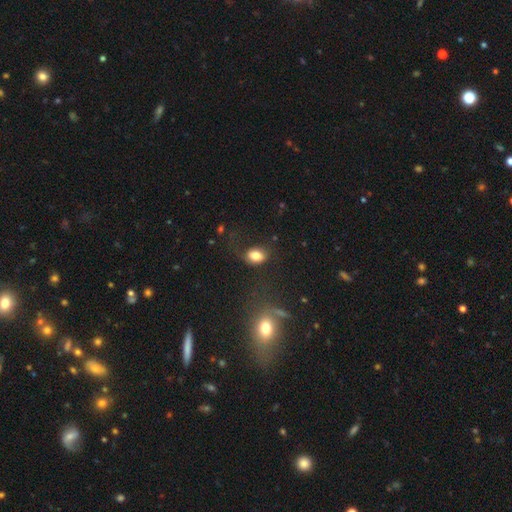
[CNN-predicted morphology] Smooth or featured? Predicted: smooth (p=0.78). How rounded? Predicted: in between (p=0.74). Merging? Predicted: none (p=0.59).